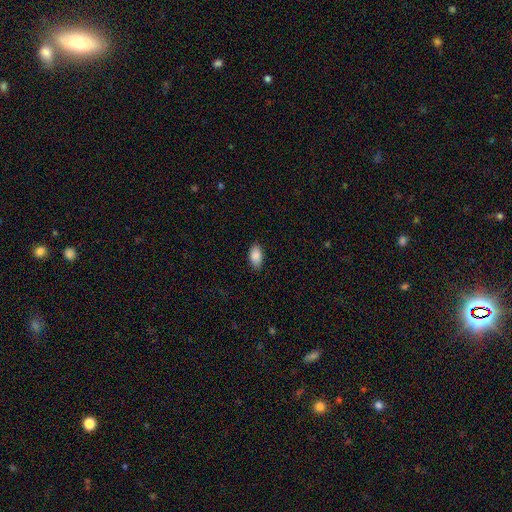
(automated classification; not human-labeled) smooth_or_featured: smooth (p=0.88) [alt: star or artifact p=0.07]
how_rounded: in between (p=0.94) [alt: round p=0.04]
merging: none (p=0.87) [alt: minor disturbance p=0.10]